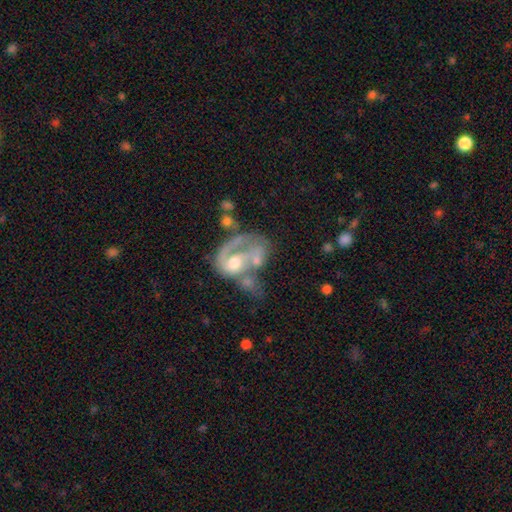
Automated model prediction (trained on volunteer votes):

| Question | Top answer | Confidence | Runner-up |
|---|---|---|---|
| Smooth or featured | featured or disk | 71% | smooth (22%) |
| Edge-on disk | no | 98% | yes (2%) |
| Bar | no | 69% | weak (26%) |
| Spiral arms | yes | 72% | no (28%) |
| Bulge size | moderate | 62% | small (20%) |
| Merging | merger | 37% | major disturbance (31%) |